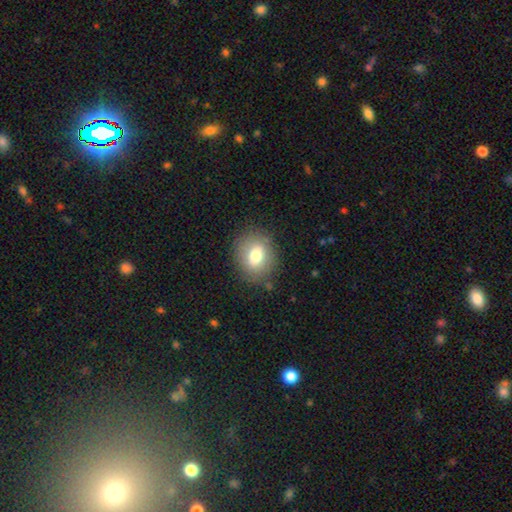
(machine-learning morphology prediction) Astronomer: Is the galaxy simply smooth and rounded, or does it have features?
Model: smooth — 74%.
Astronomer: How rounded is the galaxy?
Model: round — 51% (runner-up: in between, 47%).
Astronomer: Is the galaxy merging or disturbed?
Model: none — 82%.